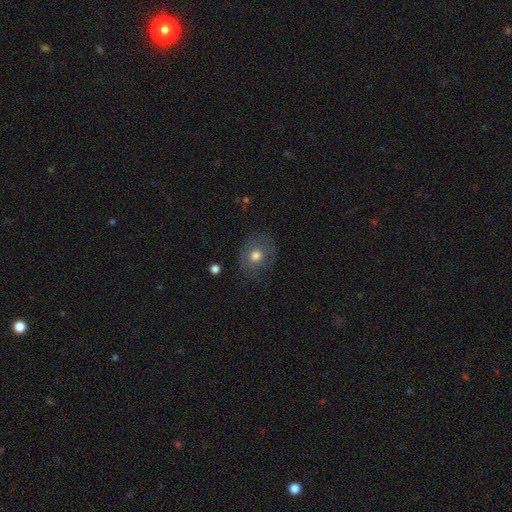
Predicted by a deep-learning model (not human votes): A smooth galaxy with no disk features (69%) that is round (65%). Merging: none (73%).